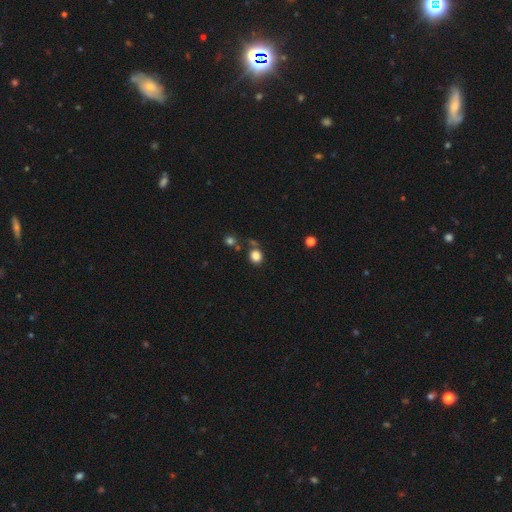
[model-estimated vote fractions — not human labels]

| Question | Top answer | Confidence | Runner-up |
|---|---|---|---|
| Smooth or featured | smooth | 83% | star or artifact (12%) |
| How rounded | round | 74% | in between (25%) |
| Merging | none | 71% | minor disturbance (13%) |